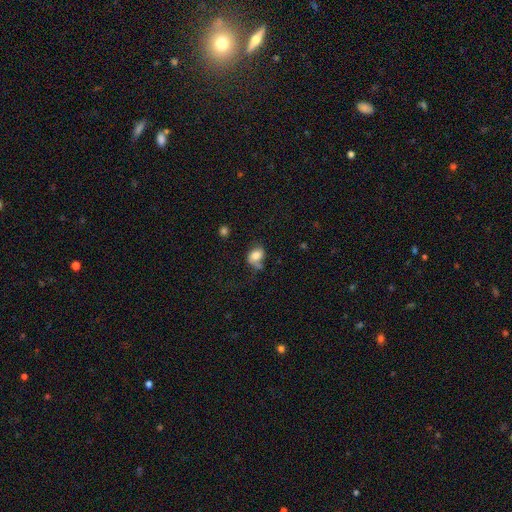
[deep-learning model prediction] smooth-or-featured: smooth: 72% | featured or disk: 19% | star or artifact: 10%
  how-rounded: in between: 64% | round: 35% | cigar-shaped: 1%
  merging: none: 44% | minor disturbance: 29% | major disturbance: 17% | merger: 10%